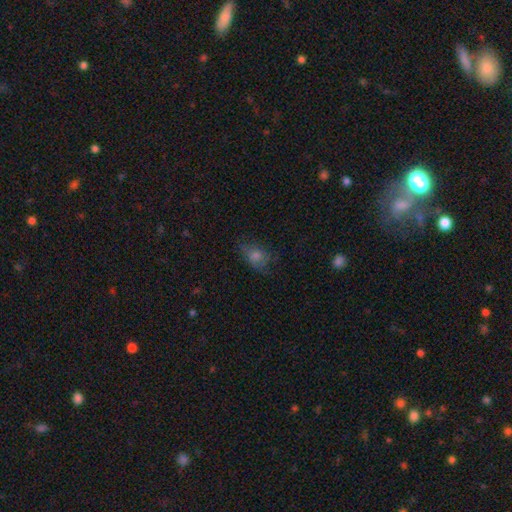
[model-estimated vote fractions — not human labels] smooth_or_featured: smooth (p=0.63) [alt: featured or disk p=0.19]
how_rounded: in between (p=0.66) [alt: round p=0.30]
merging: none (p=0.62) [alt: minor disturbance p=0.24]